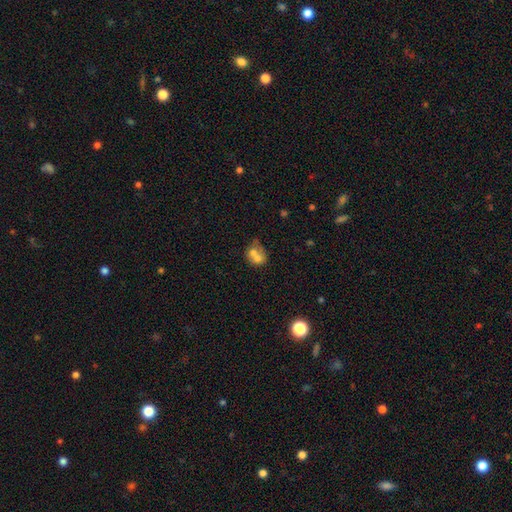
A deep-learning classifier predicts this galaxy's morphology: type=smooth (62%); roundness=round (58%); merging=merger (67%).